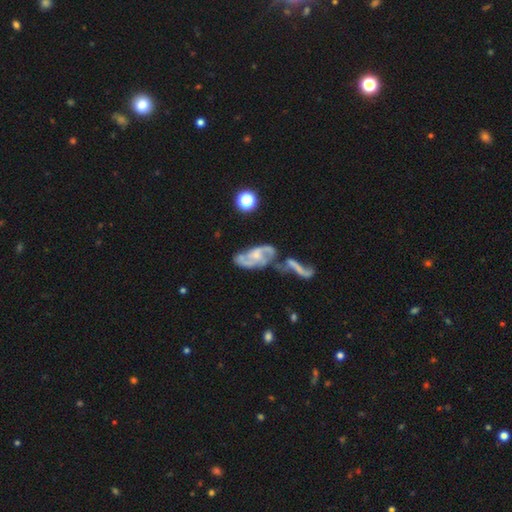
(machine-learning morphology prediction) A featured or disk galaxy (82%) with no bar (57%), 2 (73%) medium (45%) spiral arms (90%) and a small central bulge (52%). Merging: none (32%, tied with merger).